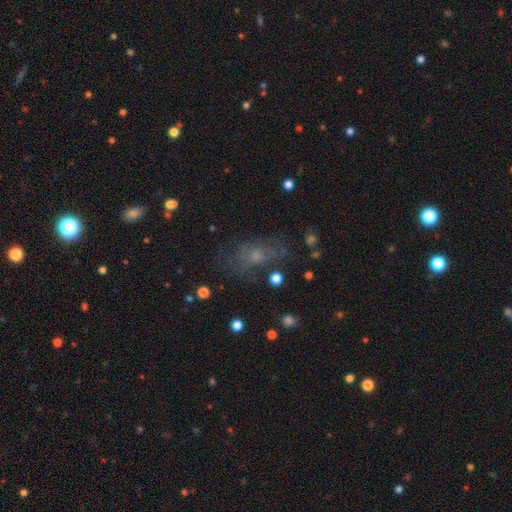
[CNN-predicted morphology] Smooth or featured? smooth (40%)
Merging? none (57%)